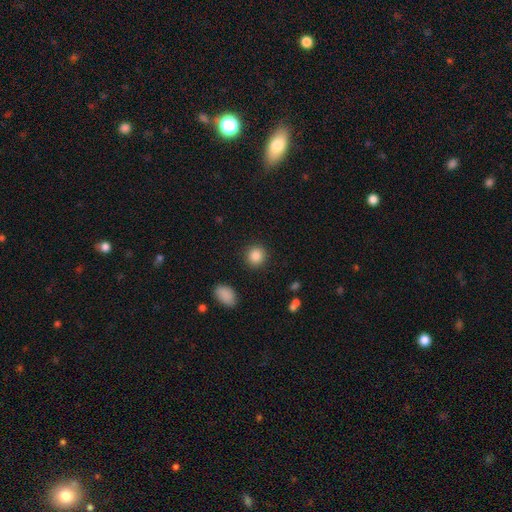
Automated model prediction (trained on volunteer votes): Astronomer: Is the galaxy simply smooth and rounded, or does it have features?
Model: smooth — 87%.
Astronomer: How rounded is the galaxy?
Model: round — 88%.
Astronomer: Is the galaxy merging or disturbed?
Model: none — 90%.